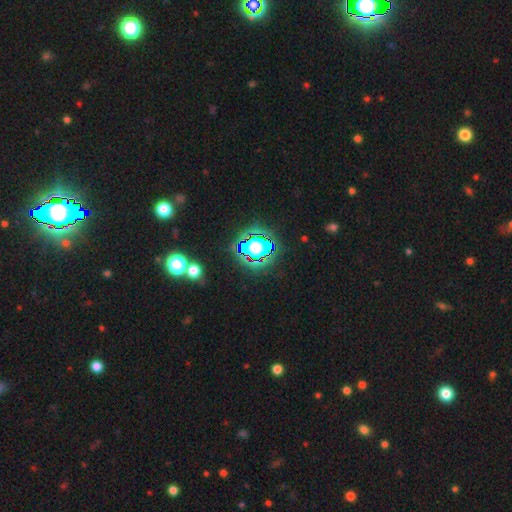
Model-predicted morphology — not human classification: The model was most divided on "smooth or featured": star or artifact: 82%, smooth: 11%, featured or disk: 7%.